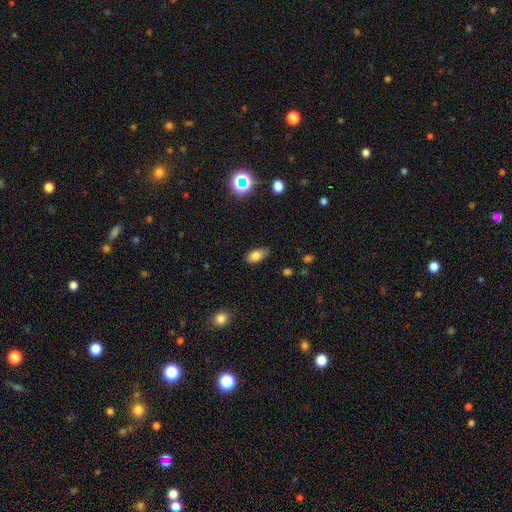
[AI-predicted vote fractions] A smooth galaxy with no disk features (81%) that is in between round and cigar-shaped (90%).

Vote fractions:
- Smooth or featured? smooth: 81% / star or artifact: 10% / featured or disk: 9%
- How rounded? in between: 90% / round: 6% / cigar-shaped: 5%
- Merging? none: 72% / minor disturbance: 23% / major disturbance: 4% / merger: 2%